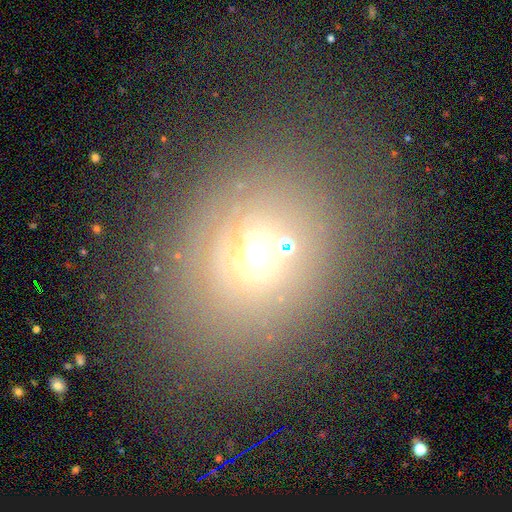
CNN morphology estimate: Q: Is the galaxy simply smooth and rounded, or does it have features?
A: smooth — 52%.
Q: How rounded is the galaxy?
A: round — 63%.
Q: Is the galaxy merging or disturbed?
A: none — 62%.